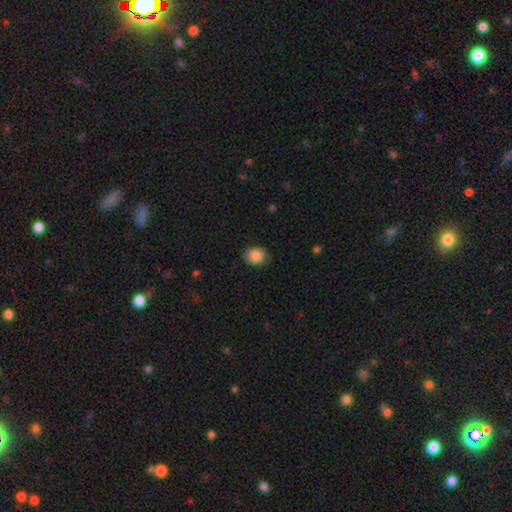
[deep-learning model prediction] This is clearly a smooth galaxy (87%). How rounded: possibly round (59%). Merging: clearly none (85%).